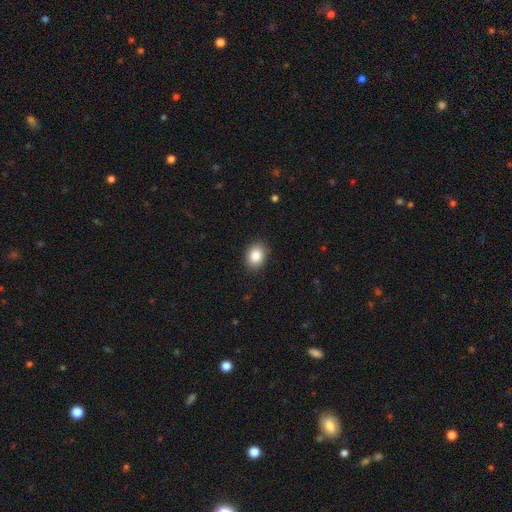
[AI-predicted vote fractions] Morphology: type=smooth (87%); roundness=in between (62%); merging=none (88%).